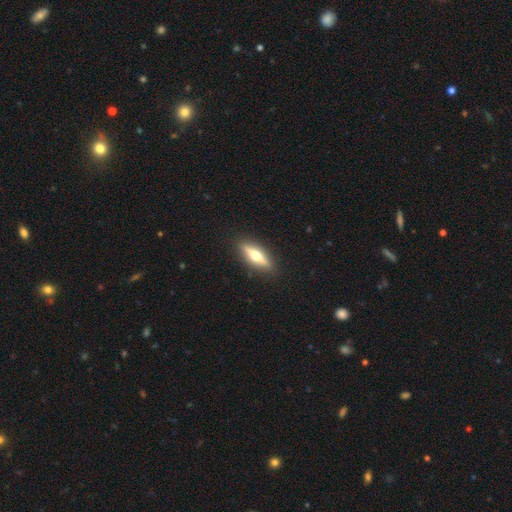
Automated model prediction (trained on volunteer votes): Q: Smooth or featured?
A: featured or disk (61%); runner-up: smooth (33%)
Q: Edge-on disk?
A: yes (92%); runner-up: no (8%)
Q: Edge-on bulge?
A: rounded (96%); runner-up: boxy (2%)
Q: Merging?
A: none (90%); runner-up: minor disturbance (7%)